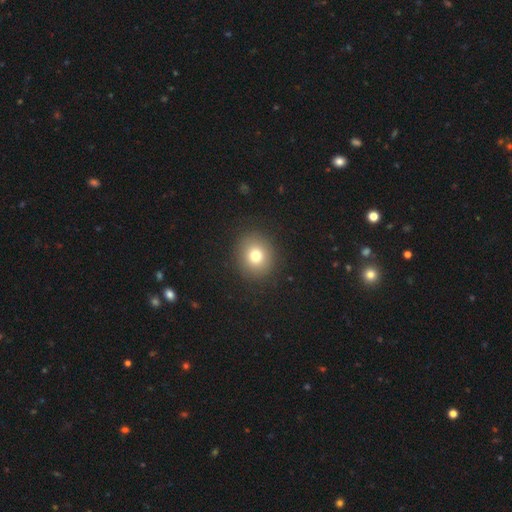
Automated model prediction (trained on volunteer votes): Morphology: type=smooth (77%); roundness=round (82%); merging=none (90%).